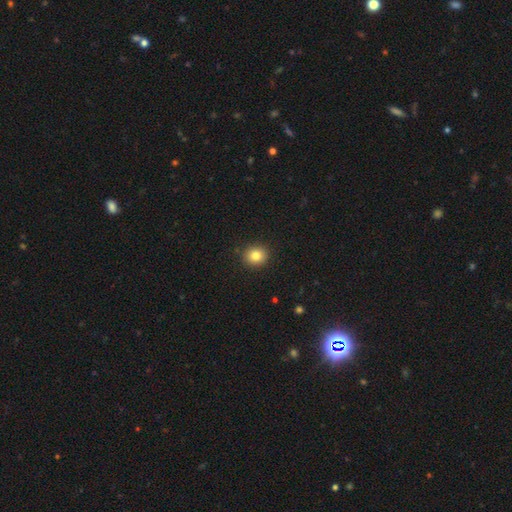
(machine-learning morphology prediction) A smooth galaxy with no disk features (83%) that is round (83%).

Vote fractions:
- Smooth or featured? smooth: 83% / star or artifact: 10% / featured or disk: 7%
- How rounded? round: 83% / in between: 16% / cigar-shaped: 1%
- Merging? none: 91% / minor disturbance: 6% / major disturbance: 2% / merger: 1%